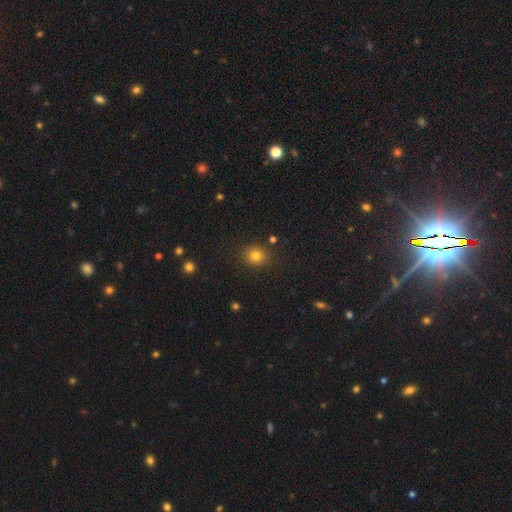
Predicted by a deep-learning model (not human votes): The model was most divided on "how rounded": round: 82%, in between: 17%, cigar-shaped: 1%. More confident: merging — none (87%); smooth or featured — smooth (80%).